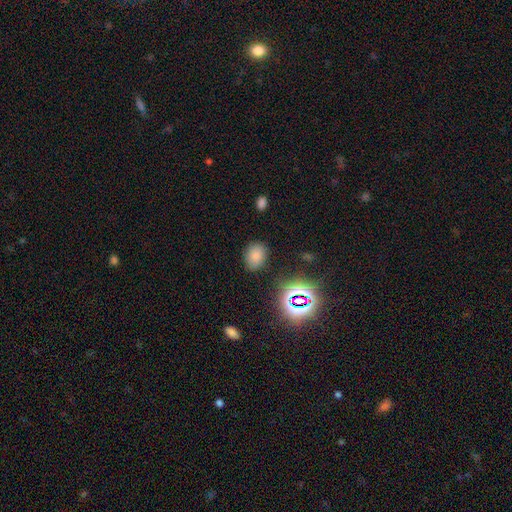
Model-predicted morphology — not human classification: The model was most divided on "how rounded": in between: 70%, round: 29%, cigar-shaped: 1%. More confident: merging — none (81%); smooth or featured — smooth (76%).